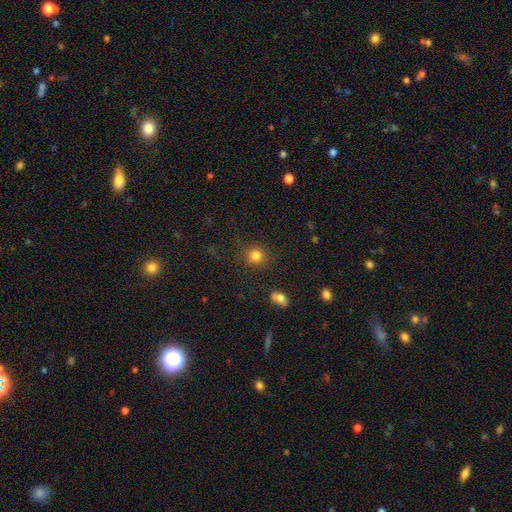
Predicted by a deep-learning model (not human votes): Overall: smooth (81%). How rounded: round (89%). Merging: none (85%).